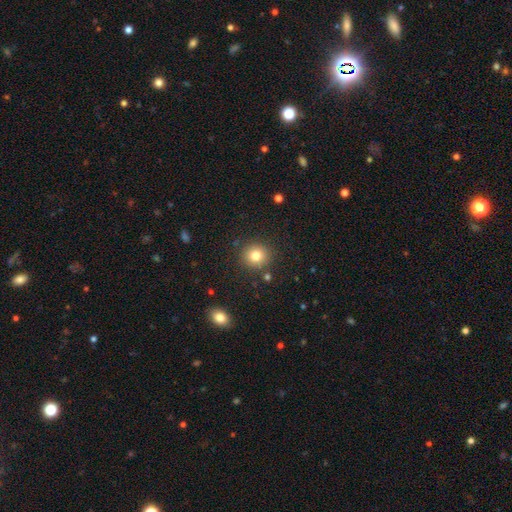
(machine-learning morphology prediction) Smooth or featured? smooth (81%)
How rounded? round (89%)
Merging? none (88%)